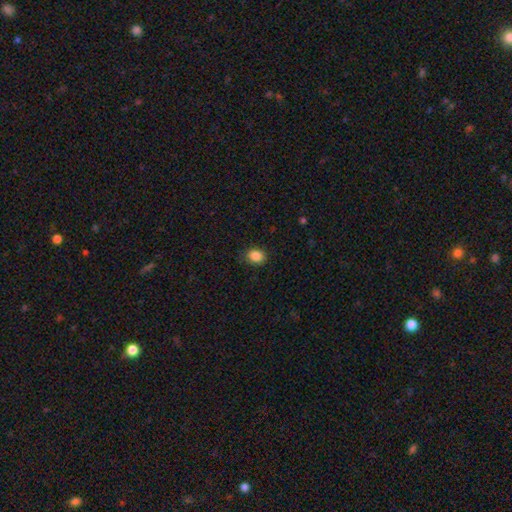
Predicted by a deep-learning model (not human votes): The model was most divided on "how rounded": round: 52%, in between: 47%, cigar-shaped: 1%. More confident: smooth or featured — smooth (87%); merging — none (83%).